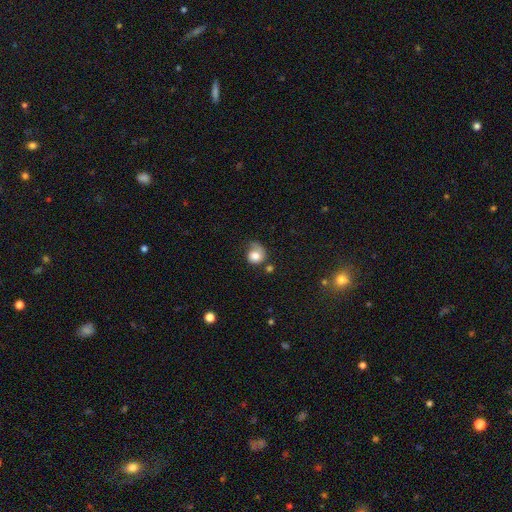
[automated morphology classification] Smooth or featured? smooth (66%)
How rounded? round (76%)
Merging? none (40%)